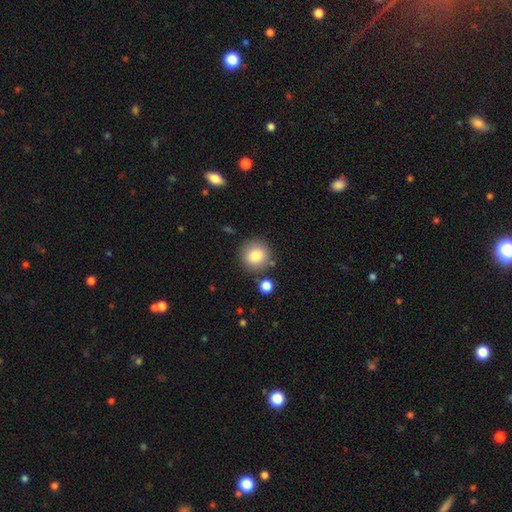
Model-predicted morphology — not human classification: This is clearly a smooth galaxy (85%). How rounded: clearly round (91%). Merging: clearly none (82%).